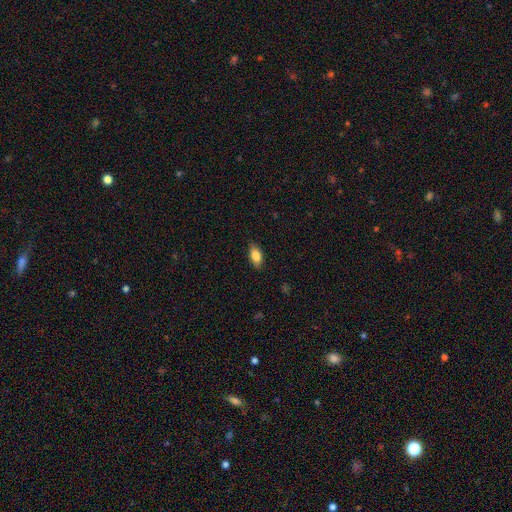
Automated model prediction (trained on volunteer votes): smooth_or_featured: smooth (p=0.85) [alt: featured or disk p=0.08]
how_rounded: in between (p=0.89) [alt: cigar-shaped p=0.06]
merging: none (p=0.86) [alt: minor disturbance p=0.11]